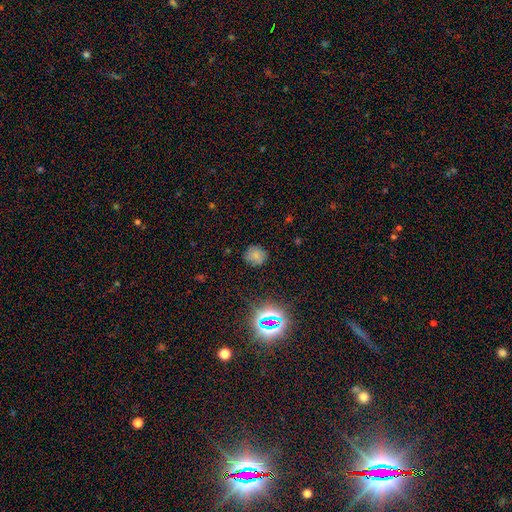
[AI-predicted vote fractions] Smooth or featured: smooth — 70% (star or artifact — 21%)
How rounded: round — 80% (in between — 19%)
Merging: none — 80% (minor disturbance — 15%)